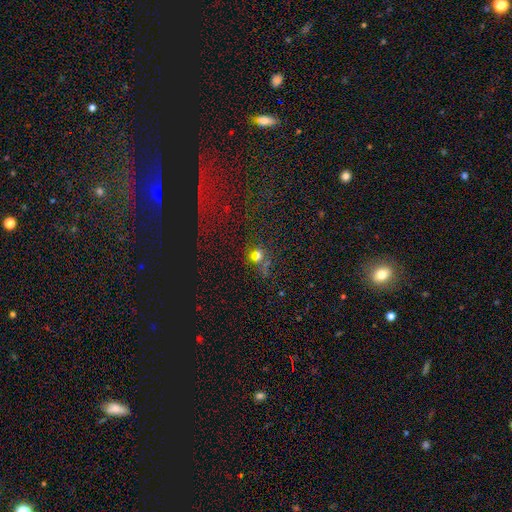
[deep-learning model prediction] Q: Smooth or featured?
A: smooth (45%); runner-up: star or artifact (43%)
Q: Merging?
A: none (57%); runner-up: merger (18%)